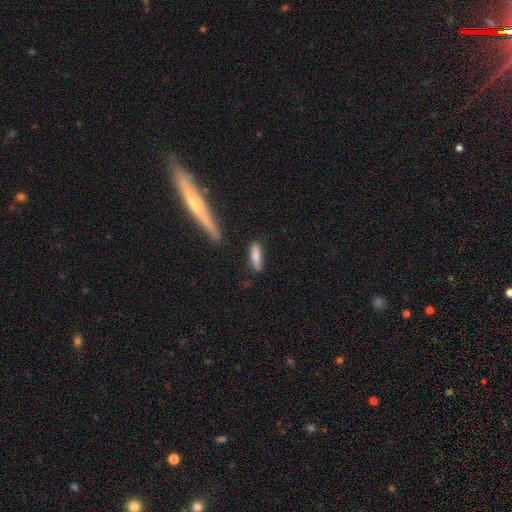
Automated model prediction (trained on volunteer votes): Smooth or featured: smooth — 82% (featured or disk — 11%)
How rounded: cigar-shaped — 64% (in between — 34%)
Merging: none — 78% (minor disturbance — 15%)